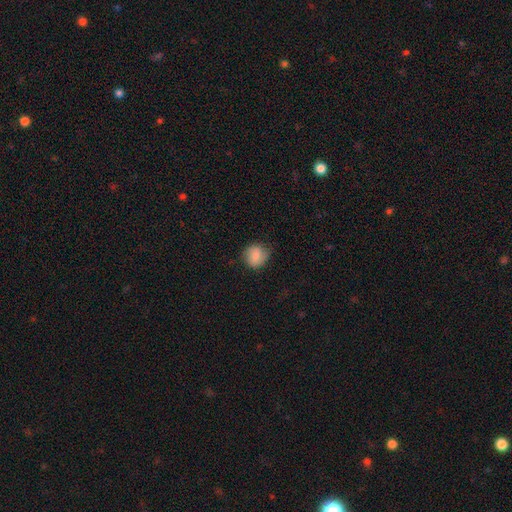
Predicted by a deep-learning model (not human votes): smooth-or-featured: smooth: 80% | featured or disk: 12% | star or artifact: 8%
  how-rounded: round: 78% | in between: 21% | cigar-shaped: 1%
  merging: none: 75% | minor disturbance: 19% | major disturbance: 5% | merger: 1%